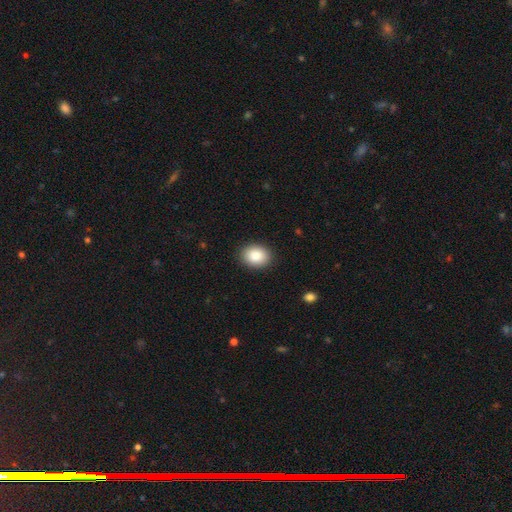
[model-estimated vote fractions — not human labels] smooth 88%, star or artifact 7%, featured or disk 4%. Down the decision tree: how rounded — in between (62%); merging — none (89%).